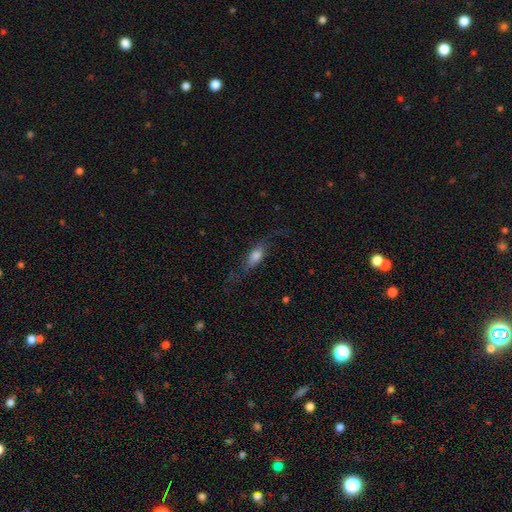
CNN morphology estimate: Smooth or featured?
  - smooth: 56% *
  - featured or disk: 36%
  - star or artifact: 8%
How rounded?
  - in between: 63% *
  - cigar-shaped: 31%
  - round: 6%
Merging?
  - none: 57% *
  - minor disturbance: 21%
  - major disturbance: 20%
  - merger: 2%